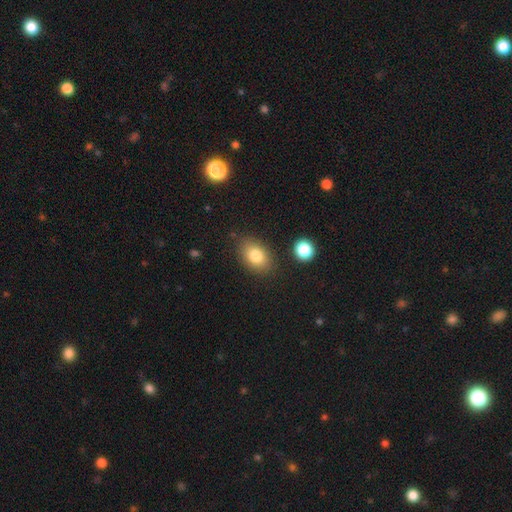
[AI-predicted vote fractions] Smooth or featured? Predicted: smooth (p=0.81). How rounded? Predicted: in between (p=0.81). Merging? Predicted: none (p=0.81).